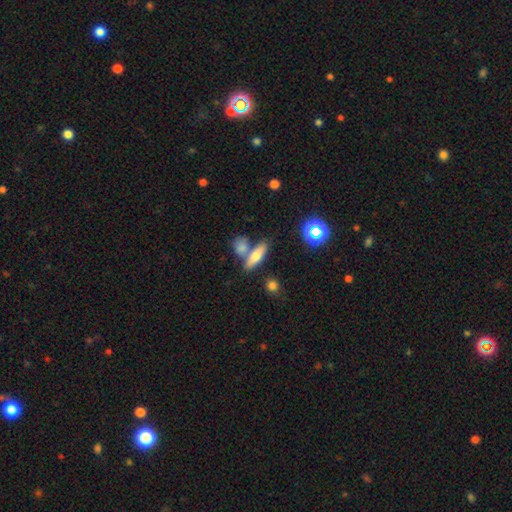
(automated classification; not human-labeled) A smooth galaxy with no disk features (65%) that is in between round and cigar-shaped (48%). Merging: none (56%).